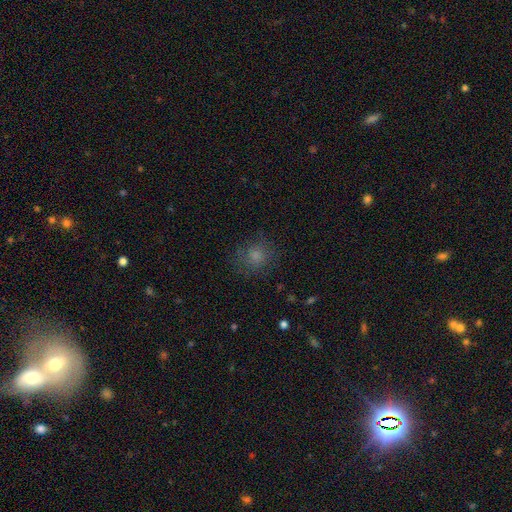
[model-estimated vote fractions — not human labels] Overall: smooth (77%). How rounded: round (85%). Merging: none (78%).